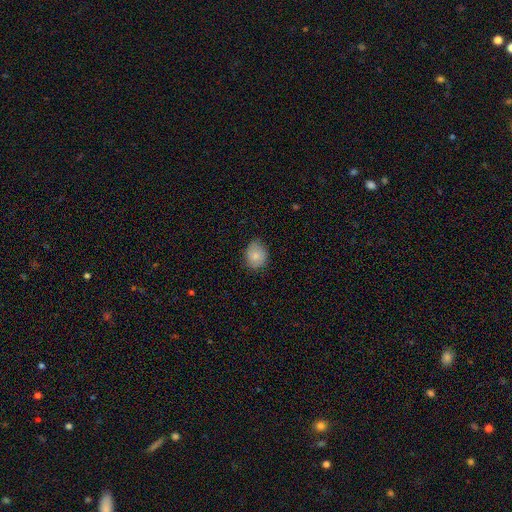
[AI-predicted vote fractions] smooth-or-featured: smooth: 82% | featured or disk: 10% | star or artifact: 8%
  how-rounded: round: 62% | in between: 38% | cigar-shaped: 1%
  merging: none: 78% | minor disturbance: 18% | major disturbance: 3% | merger: 1%